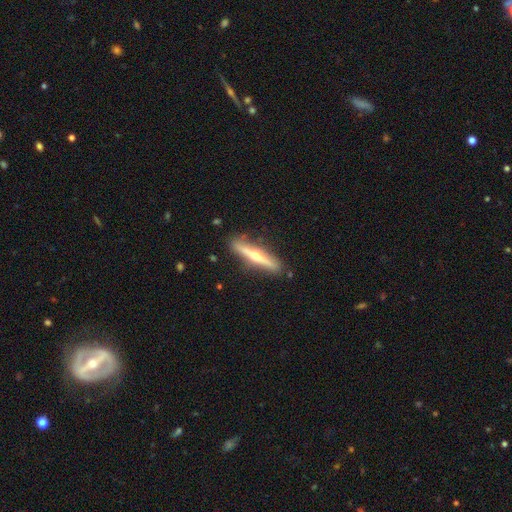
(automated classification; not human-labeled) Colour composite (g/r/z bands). It shows a featured or disk galaxy (70%) viewed edge-on (95%) with a rounded central bulge (91%). Merging: none (87%).